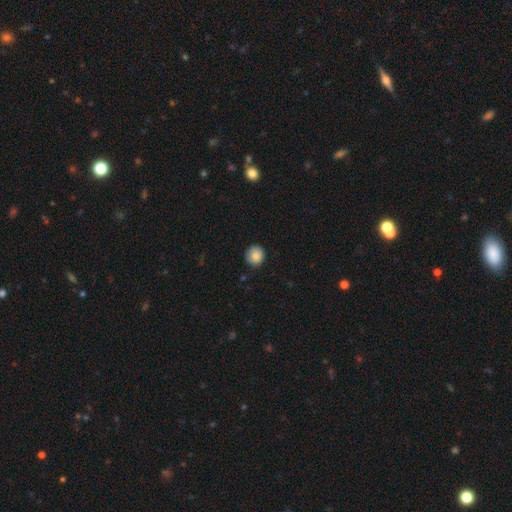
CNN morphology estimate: A smooth galaxy with no disk features (86%) that is round (90%).

Vote fractions:
- Smooth or featured? smooth: 86% / star or artifact: 8% / featured or disk: 6%
- How rounded? round: 90% / in between: 9% / cigar-shaped: 1%
- Merging? none: 87% / minor disturbance: 10% / major disturbance: 2% / merger: 1%